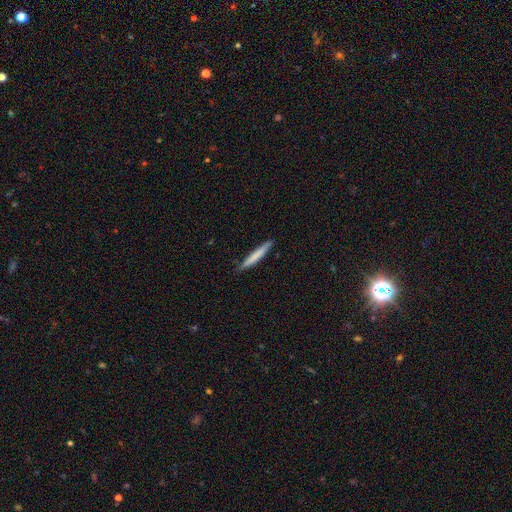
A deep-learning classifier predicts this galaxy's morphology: Smooth or featured?
  - smooth: 71% *
  - featured or disk: 24%
  - star or artifact: 5%
How rounded?
  - cigar-shaped: 96% *
  - in between: 3%
  - round: 1%
Merging?
  - none: 86% *
  - minor disturbance: 11%
  - major disturbance: 2%
  - merger: 1%